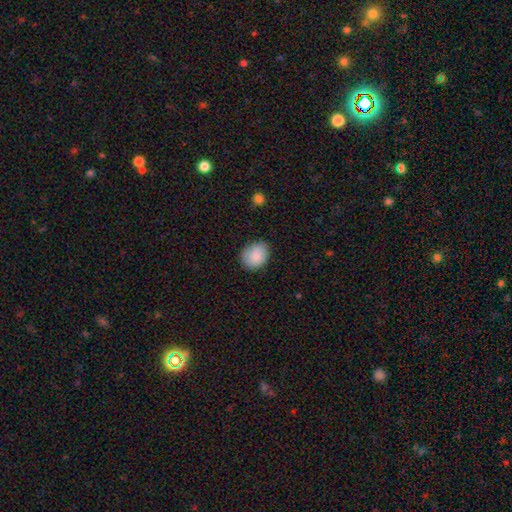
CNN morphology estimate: A smooth galaxy with no disk features (88%) that is round (55%).

Vote fractions:
- Smooth or featured? smooth: 88% / star or artifact: 7% / featured or disk: 5%
- How rounded? round: 55% / in between: 44% / cigar-shaped: 1%
- Merging? none: 82% / minor disturbance: 15% / major disturbance: 3% / merger: 1%